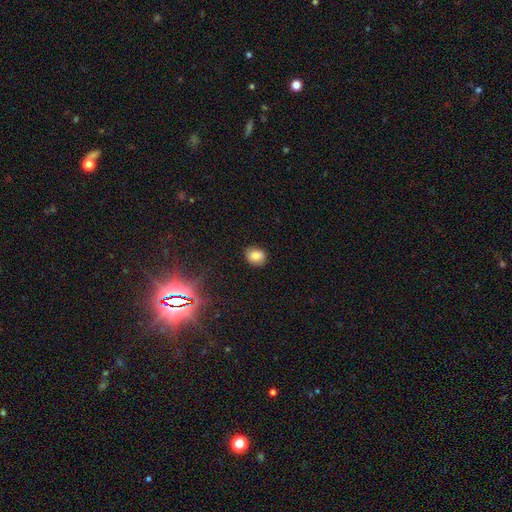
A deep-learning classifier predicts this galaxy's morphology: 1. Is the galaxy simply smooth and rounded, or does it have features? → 81% smooth, 11% star or artifact, 8% featured or disk.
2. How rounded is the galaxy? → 53% round, 46% in between, 1% cigar-shaped.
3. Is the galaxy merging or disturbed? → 87% none, 9% minor disturbance, 2% major disturbance, 1% merger.